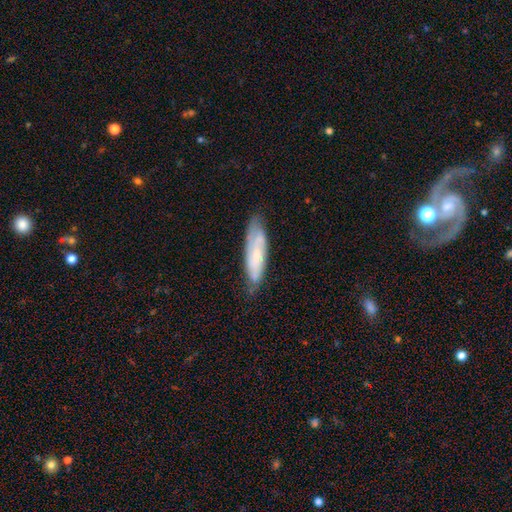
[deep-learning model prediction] smooth_or_featured: featured or disk (p=0.52) [alt: smooth p=0.41]
disk_edge_on: no (p=0.69) [alt: yes p=0.31]
merging: none (p=0.68) [alt: minor disturbance p=0.24]